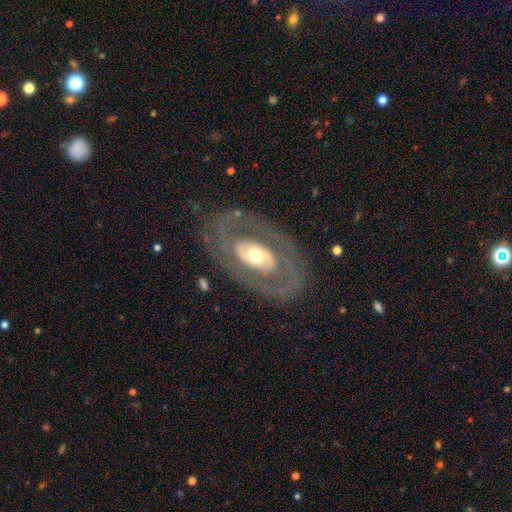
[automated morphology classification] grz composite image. It shows a featured or disk galaxy (74%) with no bar (70%), no spiral arms (54%) and a moderate central bulge (64%). Merging: none (77%).